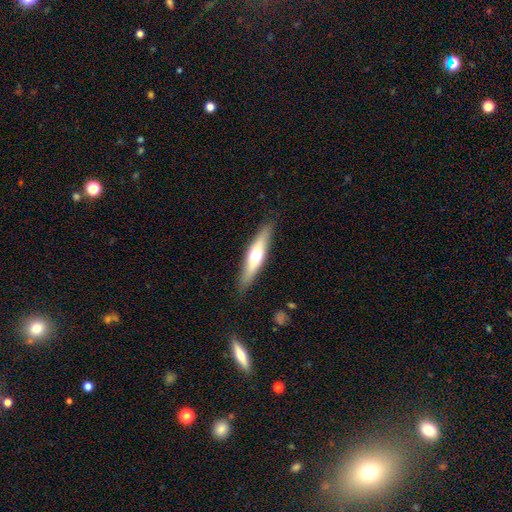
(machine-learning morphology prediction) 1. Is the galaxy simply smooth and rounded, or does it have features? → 52% featured or disk, 43% smooth, 5% star or artifact.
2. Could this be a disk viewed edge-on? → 90% yes, 10% no.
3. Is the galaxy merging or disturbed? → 88% none, 9% minor disturbance, 2% major disturbance, 1% merger.